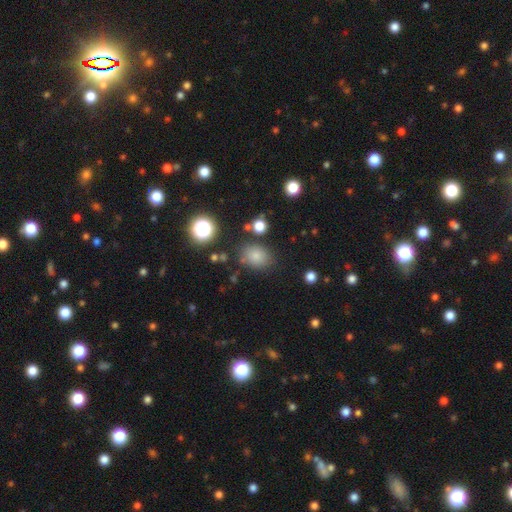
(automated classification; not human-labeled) Morphology: type=smooth (77%); roundness=in between (52%); merging=none (75%).